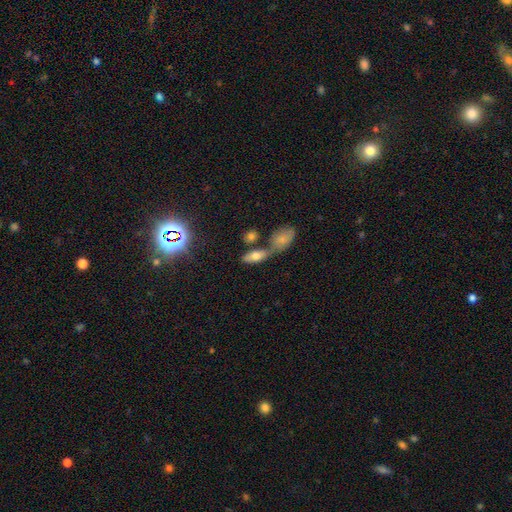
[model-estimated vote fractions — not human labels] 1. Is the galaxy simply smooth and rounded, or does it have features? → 67% smooth, 22% featured or disk, 11% star or artifact.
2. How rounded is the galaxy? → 74% in between, 22% cigar-shaped, 5% round.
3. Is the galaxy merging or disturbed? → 45% none, 36% merger, 13% minor disturbance, 6% major disturbance.